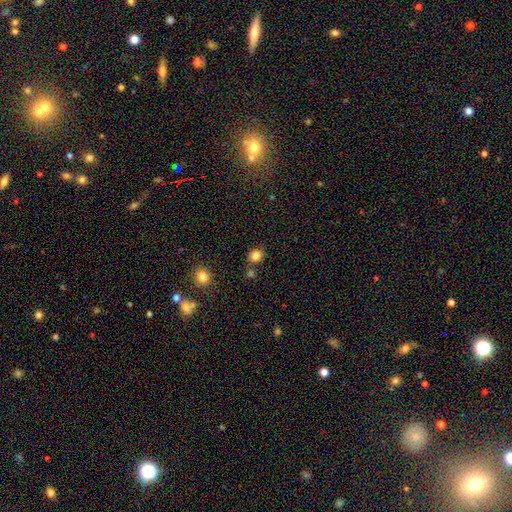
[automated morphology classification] smooth_or_featured: smooth (p=0.83) [alt: star or artifact p=0.12]
how_rounded: round (p=0.73) [alt: in between p=0.26]
merging: none (p=0.74) [alt: merger p=0.12]